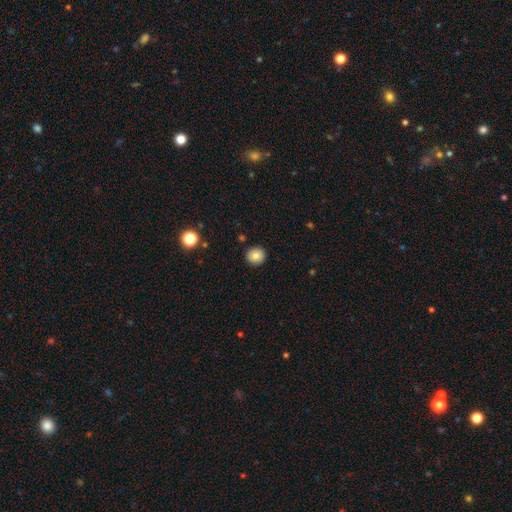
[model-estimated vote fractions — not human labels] Smooth or featured: smooth — 80% (featured or disk — 10%)
How rounded: round — 92% (in between — 7%)
Merging: none — 91% (minor disturbance — 6%)